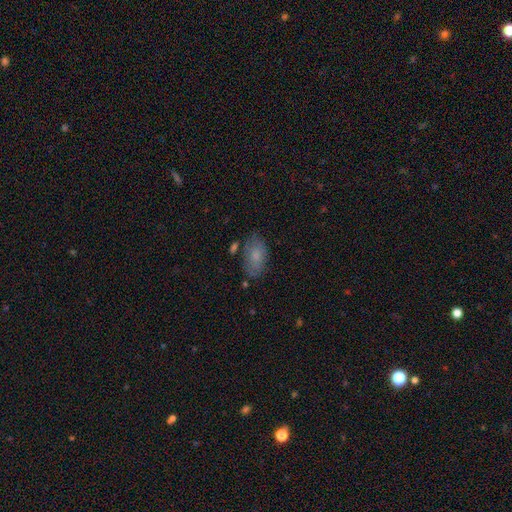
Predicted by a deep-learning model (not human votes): This is likely a smooth galaxy (72%). How rounded: clearly in between (91%). Merging: likely none (71%).